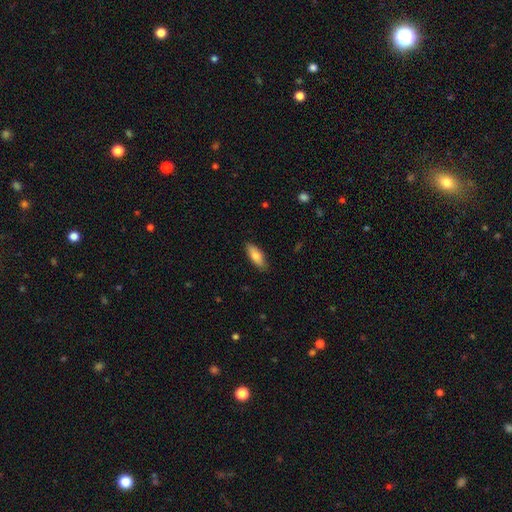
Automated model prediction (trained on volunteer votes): This appears to be a smooth galaxy with no disk features (80%) that is in between round and cigar-shaped (73%). Merging: none (85%).